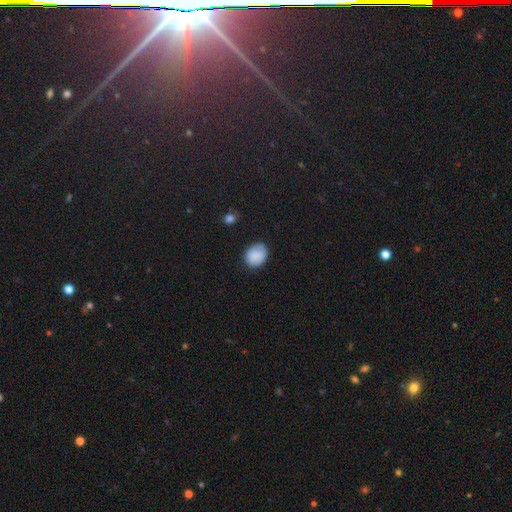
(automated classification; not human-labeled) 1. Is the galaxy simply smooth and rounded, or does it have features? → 83% smooth, 8% featured or disk, 8% star or artifact.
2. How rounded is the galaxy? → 55% round, 44% in between, 1% cigar-shaped.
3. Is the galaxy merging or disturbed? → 73% none, 21% minor disturbance, 4% major disturbance, 2% merger.